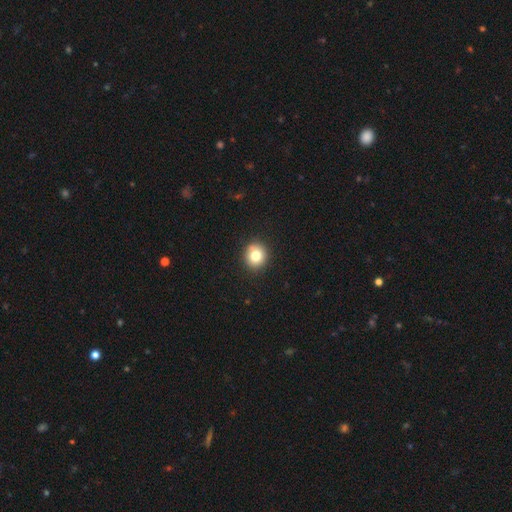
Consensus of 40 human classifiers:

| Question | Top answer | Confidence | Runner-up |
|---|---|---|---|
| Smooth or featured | smooth | 78% | featured or disk (12%) |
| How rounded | round | 87% | in between (13%) |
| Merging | none | 86% | minor disturbance (11%) |